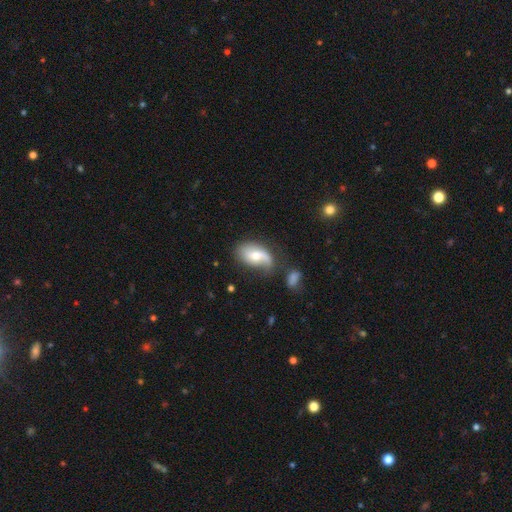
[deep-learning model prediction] Q: Smooth or featured?
A: featured or disk (47%); runner-up: smooth (45%)
Q: Merging?
A: none (45%); runner-up: minor disturbance (28%)